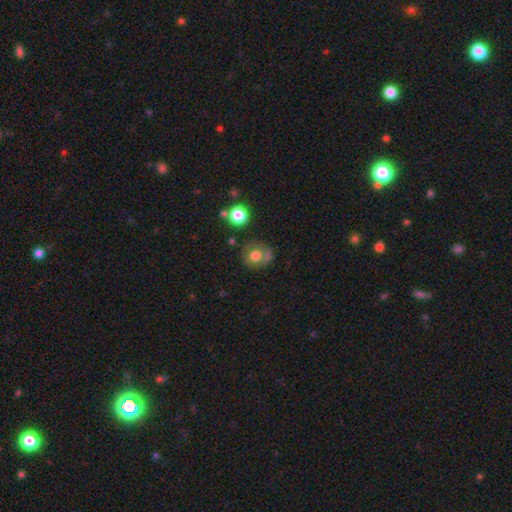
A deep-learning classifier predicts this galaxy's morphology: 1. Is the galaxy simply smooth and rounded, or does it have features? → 61% smooth, 30% featured or disk, 9% star or artifact.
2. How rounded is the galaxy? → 83% round, 16% in between, 1% cigar-shaped.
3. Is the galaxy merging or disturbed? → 67% none, 19% minor disturbance, 8% major disturbance, 6% merger.